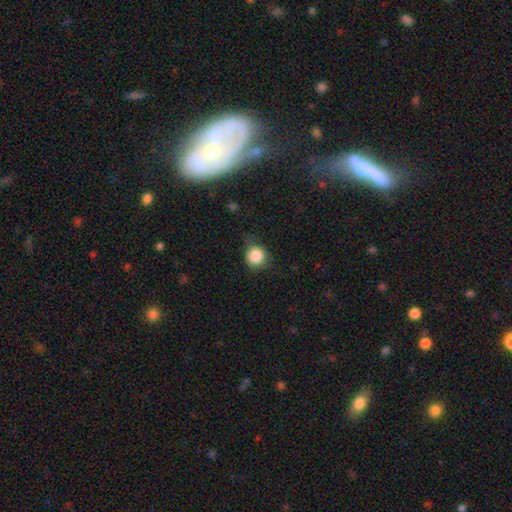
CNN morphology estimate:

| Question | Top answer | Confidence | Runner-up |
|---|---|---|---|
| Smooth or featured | smooth | 85% | star or artifact (10%) |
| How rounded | round | 89% | in between (10%) |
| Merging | none | 68% | minor disturbance (24%) |